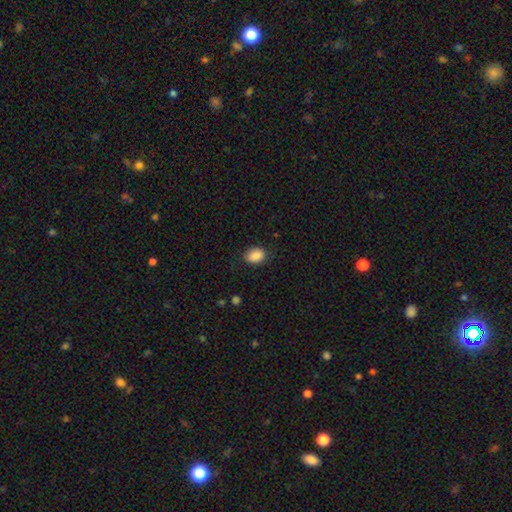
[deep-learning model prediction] The model was most divided on "how rounded": in between: 77%, round: 22%, cigar-shaped: 1%. More confident: smooth or featured — smooth (88%); merging — none (82%).